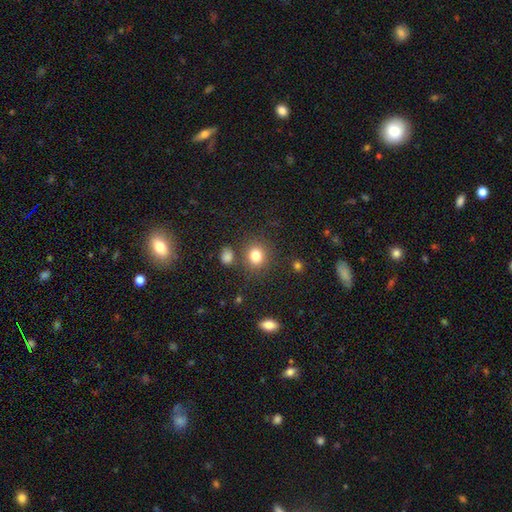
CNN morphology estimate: This is clearly a smooth galaxy (81%). How rounded: likely round (77%). Merging: clearly none (80%).